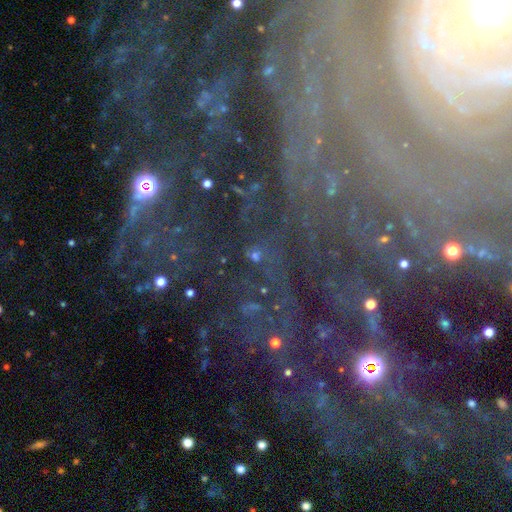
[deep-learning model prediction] Overall: star or artifact (74%).